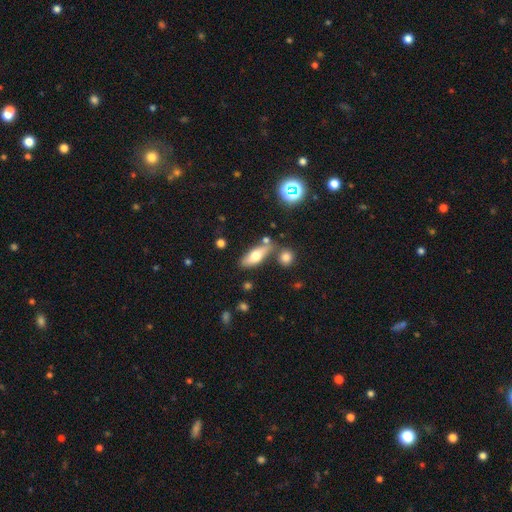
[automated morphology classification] smooth_or_featured: smooth (p=0.60) [alt: featured or disk p=0.32]
how_rounded: in between (p=0.62) [alt: cigar-shaped p=0.34]
merging: none (p=0.68) [alt: minor disturbance p=0.14]